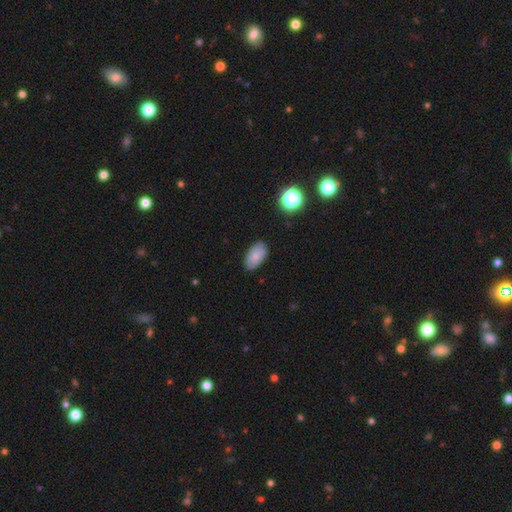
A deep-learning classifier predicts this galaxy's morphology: smooth_or_featured: smooth (p=0.80) [alt: featured or disk p=0.12]
how_rounded: in between (p=0.94) [alt: round p=0.04]
merging: none (p=0.83) [alt: minor disturbance p=0.13]